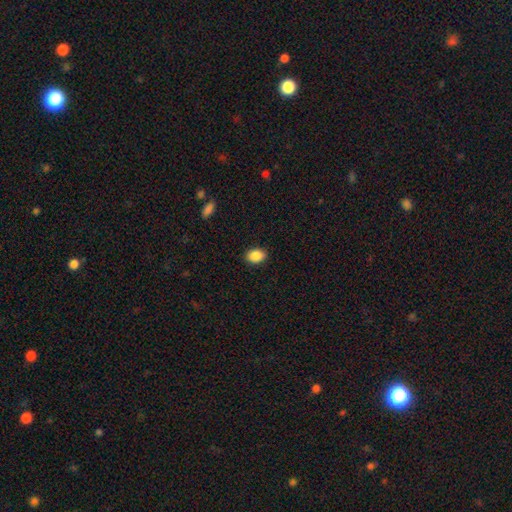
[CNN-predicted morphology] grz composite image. It shows a smooth galaxy with no disk features (88%) that is in between round and cigar-shaped (75%). Merging: none (88%).